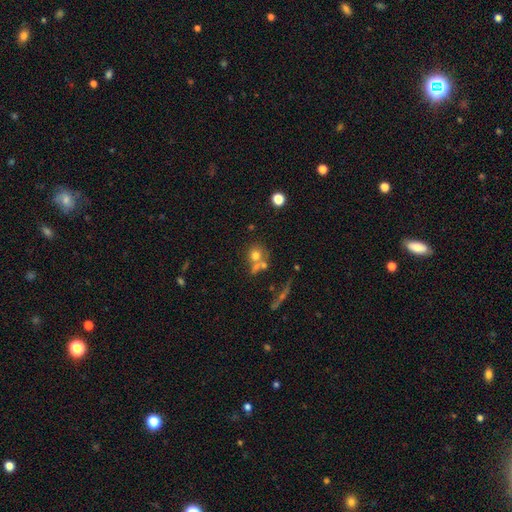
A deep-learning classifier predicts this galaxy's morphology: Overall: smooth (64%). How rounded: round (82%). Merging: none (44%; merger 40%).